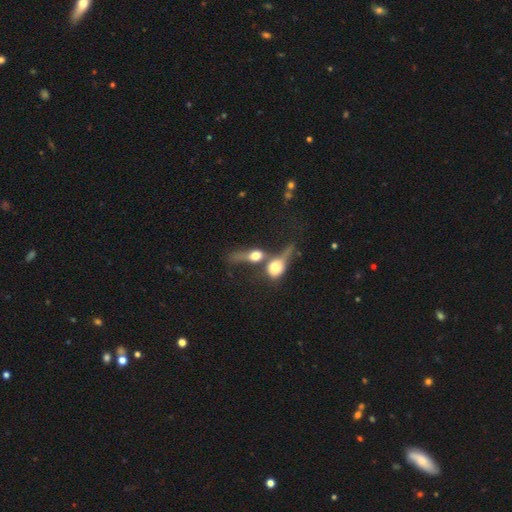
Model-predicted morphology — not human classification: A smooth galaxy with no disk features (53%) that is in between round and cigar-shaped (46%).

Vote fractions:
- Smooth or featured? smooth: 53% / featured or disk: 36% / star or artifact: 10%
- How rounded? in between: 46% / round: 37% / cigar-shaped: 17%
- Merging? merger: 61% / none: 18% / major disturbance: 13% / minor disturbance: 8%